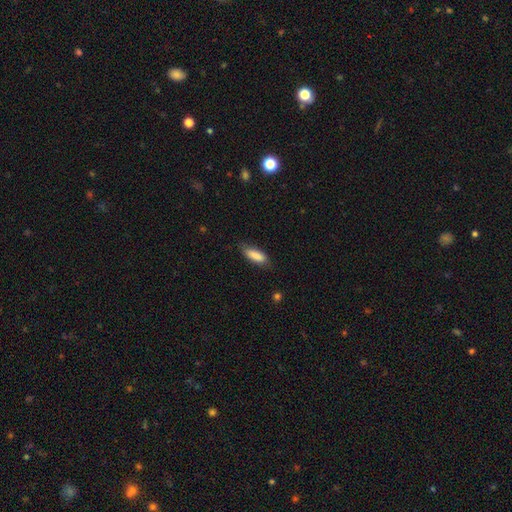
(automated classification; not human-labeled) smooth-or-featured: smooth: 85% | featured or disk: 9% | star or artifact: 6%
  how-rounded: in between: 60% | cigar-shaped: 38% | round: 2%
  merging: none: 75% | minor disturbance: 20% | major disturbance: 4% | merger: 1%